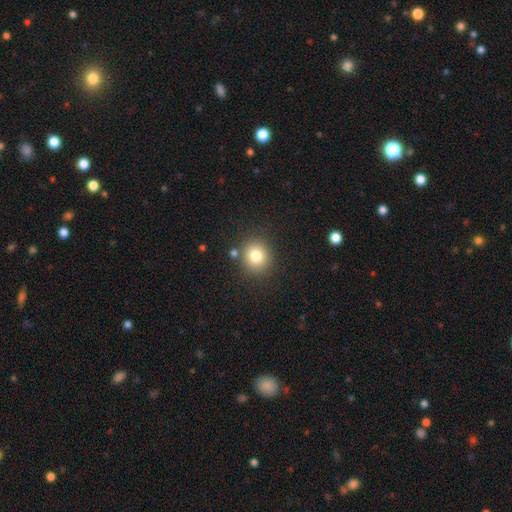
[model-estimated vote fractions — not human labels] The model was most divided on "smooth or featured": smooth: 80%, star or artifact: 12%, featured or disk: 8%. More confident: how rounded — round (87%); merging — none (83%).